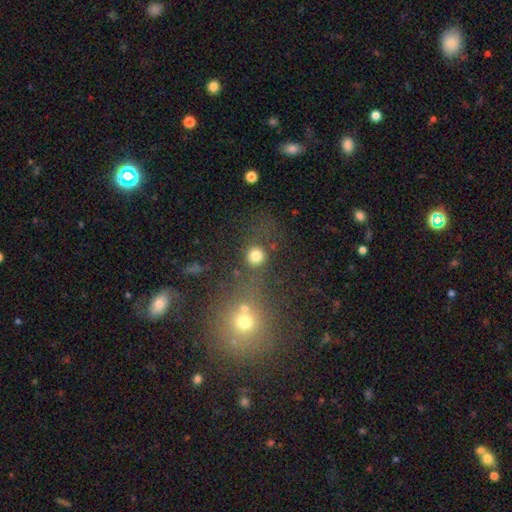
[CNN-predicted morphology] smooth-or-featured: smooth: 77% | star or artifact: 15% | featured or disk: 7%
  how-rounded: round: 89% | in between: 9% | cigar-shaped: 1%
  merging: none: 69% | merger: 15% | minor disturbance: 9% | major disturbance: 7%